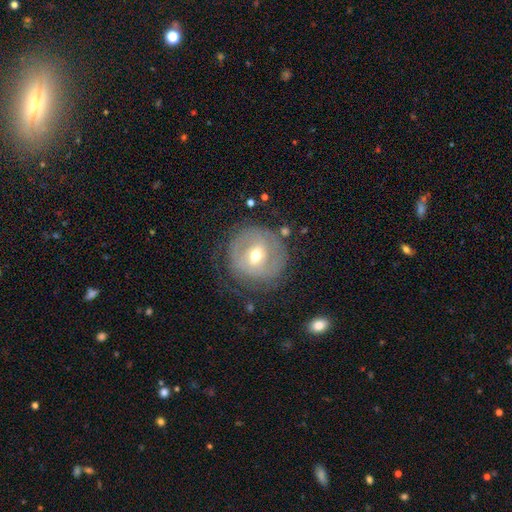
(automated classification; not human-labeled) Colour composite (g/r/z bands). It shows a featured or disk galaxy (66%) with a weak bar (49%), spiral arms (65%) and a moderate central bulge (66%). Merging: none (68%).